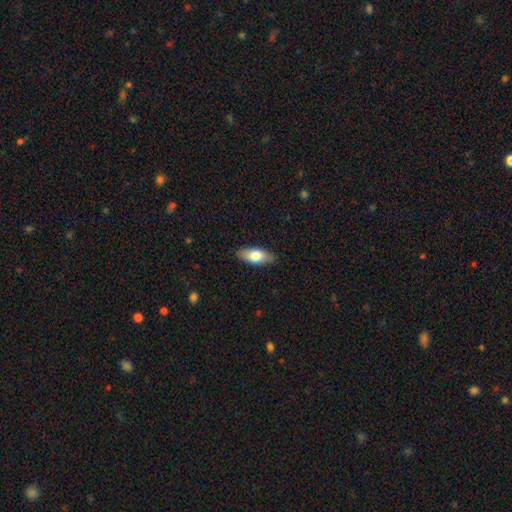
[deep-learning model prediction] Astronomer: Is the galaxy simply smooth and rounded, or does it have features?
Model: smooth — 75%.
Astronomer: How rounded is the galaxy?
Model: in between — 85%.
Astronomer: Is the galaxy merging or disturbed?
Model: none — 86%.